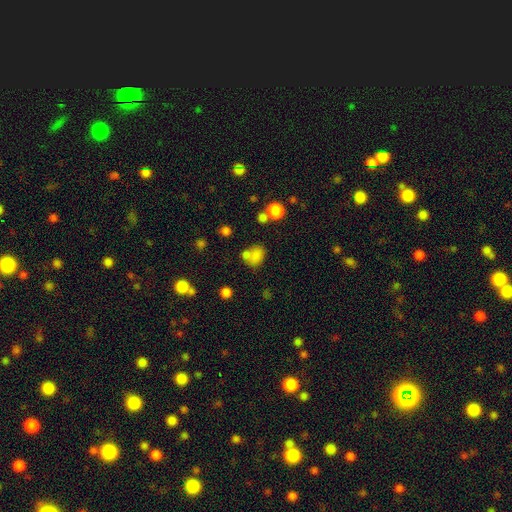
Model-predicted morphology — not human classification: Smooth or featured: smooth — 76% (star or artifact — 15%)
How rounded: in between — 52% (round — 47%)
Merging: none — 48% (merger — 30%)